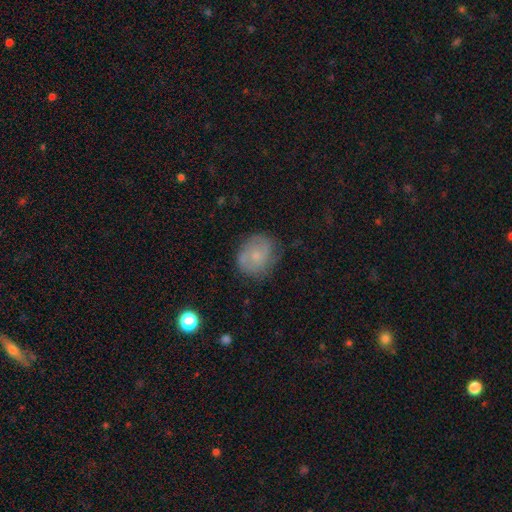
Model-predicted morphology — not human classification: Smooth or featured: smooth — 54% (featured or disk — 36%)
How rounded: round — 70% (in between — 28%)
Merging: none — 67% (minor disturbance — 23%)